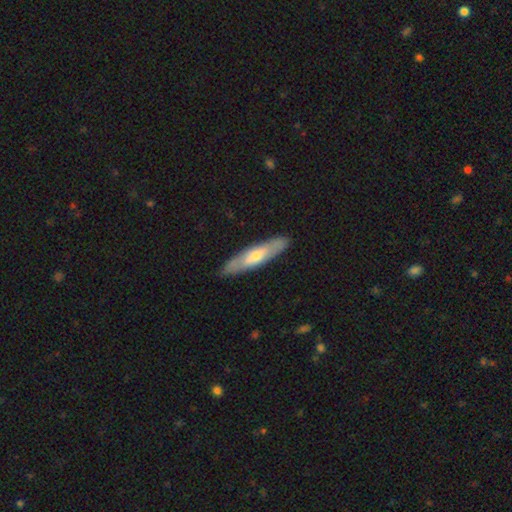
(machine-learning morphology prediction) Smooth or featured? Predicted: smooth (p=0.50). How rounded? Predicted: cigar-shaped (p=0.79). Merging? Predicted: none (p=0.88).